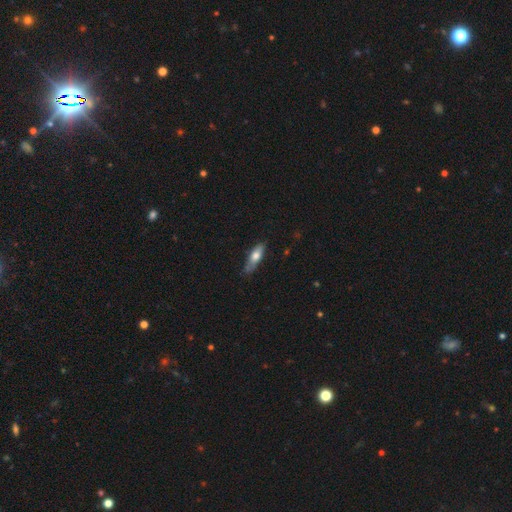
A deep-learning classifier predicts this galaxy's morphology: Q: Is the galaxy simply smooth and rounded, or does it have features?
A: smooth — 63%.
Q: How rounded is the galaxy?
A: in between — 49%.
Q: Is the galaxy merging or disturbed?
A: none — 71%.